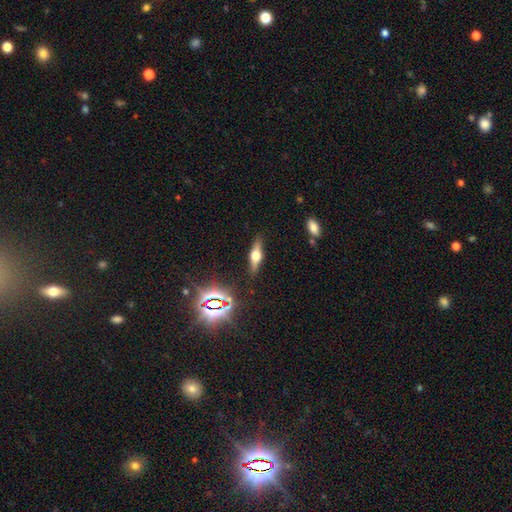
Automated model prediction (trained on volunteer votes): Smooth or featured: featured or disk — 57% (smooth — 30%)
Edge-on disk: yes — 93% (no — 7%)
Edge-on bulge: rounded — 92% (boxy — 6%)
Merging: none — 87% (minor disturbance — 9%)